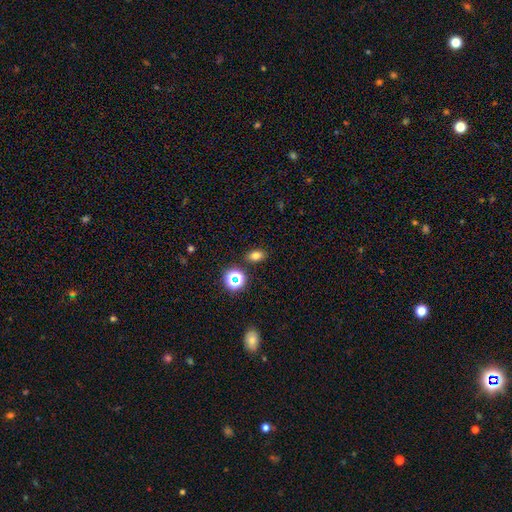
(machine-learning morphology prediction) smooth 74%, star or artifact 19%, featured or disk 7%. Down the decision tree: how rounded — in between (76%); merging — none (85%).